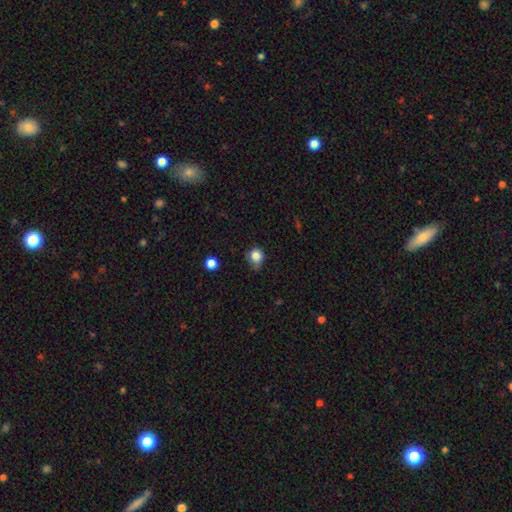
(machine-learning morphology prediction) Smooth or featured?
  - smooth: 83% *
  - star or artifact: 10%
  - featured or disk: 7%
How rounded?
  - round: 81% *
  - in between: 18%
  - cigar-shaped: 1%
Merging?
  - none: 53% *
  - minor disturbance: 34%
  - major disturbance: 10%
  - merger: 2%